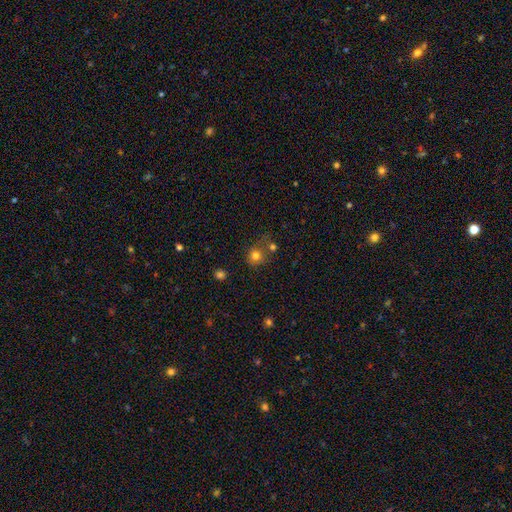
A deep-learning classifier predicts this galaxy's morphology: Smooth or featured?
  - smooth: 78% *
  - star or artifact: 13%
  - featured or disk: 9%
How rounded?
  - round: 83% *
  - in between: 16%
  - cigar-shaped: 1%
Merging?
  - none: 55% *
  - merger: 21%
  - minor disturbance: 16%
  - major disturbance: 8%